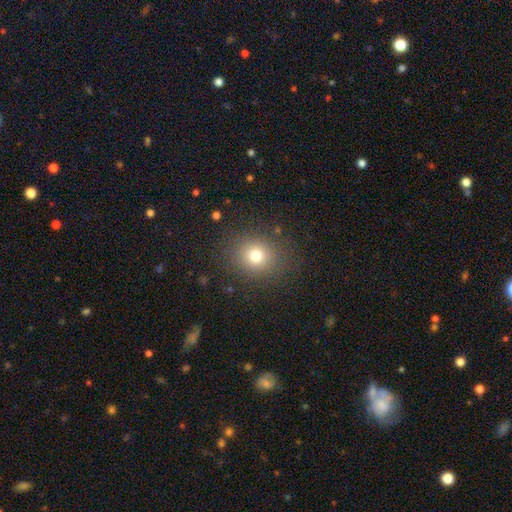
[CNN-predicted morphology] Smooth or featured: smooth — 75% (star or artifact — 15%)
How rounded: round — 80% (in between — 20%)
Merging: none — 86% (minor disturbance — 9%)